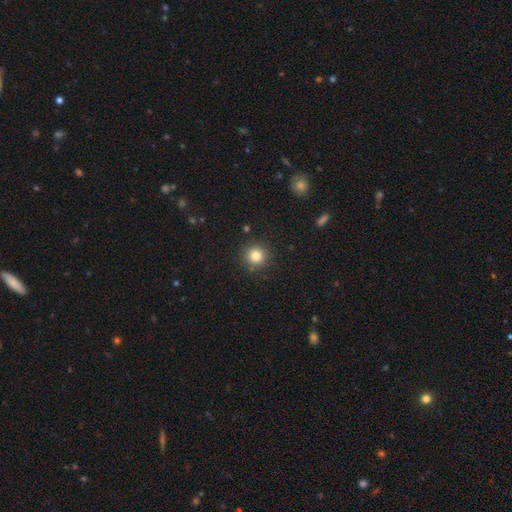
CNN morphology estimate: This is clearly a smooth galaxy (82%). How rounded: clearly round (94%). Merging: clearly none (90%).